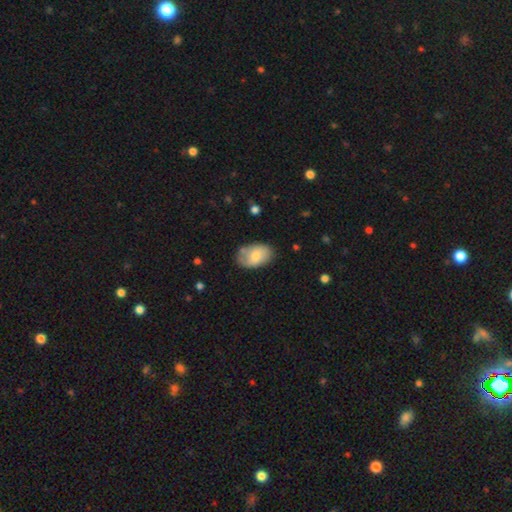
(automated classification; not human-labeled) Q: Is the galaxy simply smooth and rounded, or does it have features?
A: smooth — 70%.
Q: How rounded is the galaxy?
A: in between — 90%.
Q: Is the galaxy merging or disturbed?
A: none — 70%.